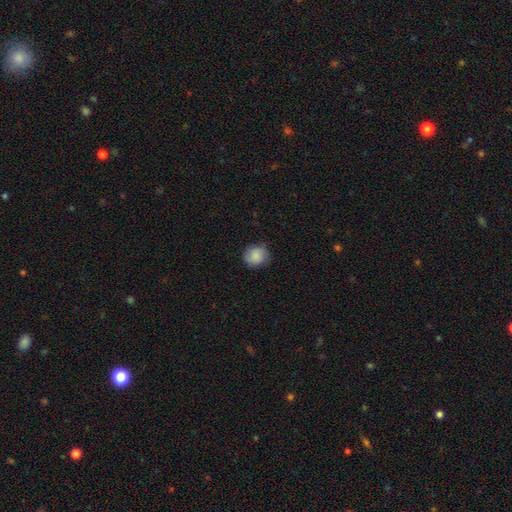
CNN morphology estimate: Q: Smooth or featured?
A: smooth (85%); runner-up: star or artifact (8%)
Q: How rounded?
A: round (83%); runner-up: in between (16%)
Q: Merging?
A: none (80%); runner-up: minor disturbance (16%)